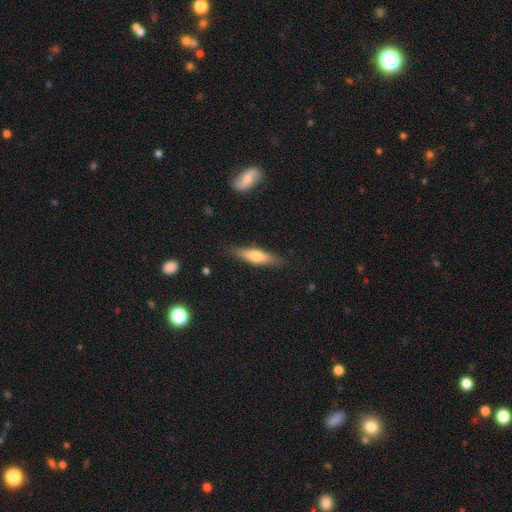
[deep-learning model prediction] Smooth or featured: smooth — 58% (featured or disk — 37%)
How rounded: cigar-shaped — 67% (in between — 31%)
Merging: none — 84% (minor disturbance — 12%)